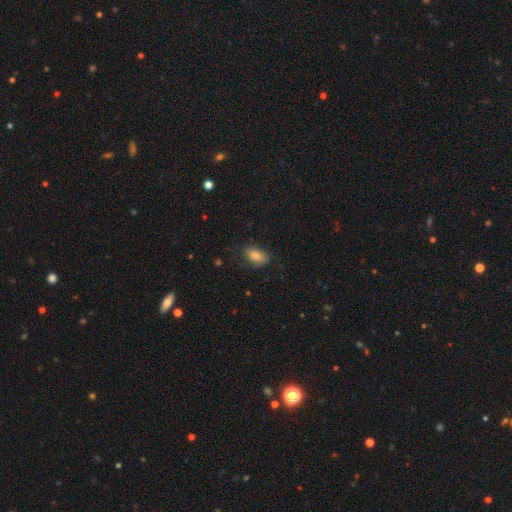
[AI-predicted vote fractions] smooth-or-featured: smooth: 83% | featured or disk: 8% | star or artifact: 8%
  how-rounded: in between: 91% | round: 6% | cigar-shaped: 3%
  merging: none: 75% | minor disturbance: 18% | major disturbance: 6% | merger: 1%